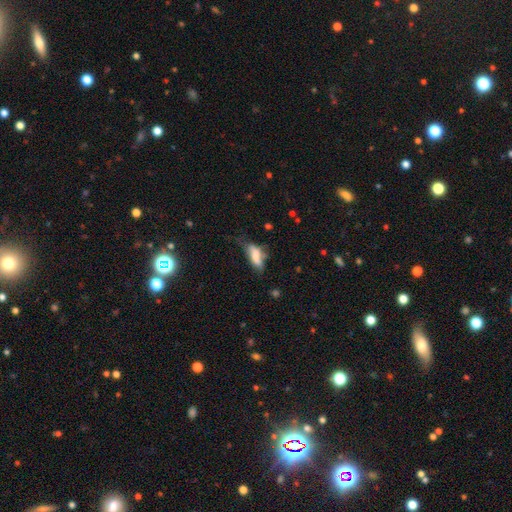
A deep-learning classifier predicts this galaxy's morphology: Smooth or featured? Predicted: smooth (p=0.61). How rounded? Predicted: in between (p=0.70). Merging? Predicted: none (p=0.34).